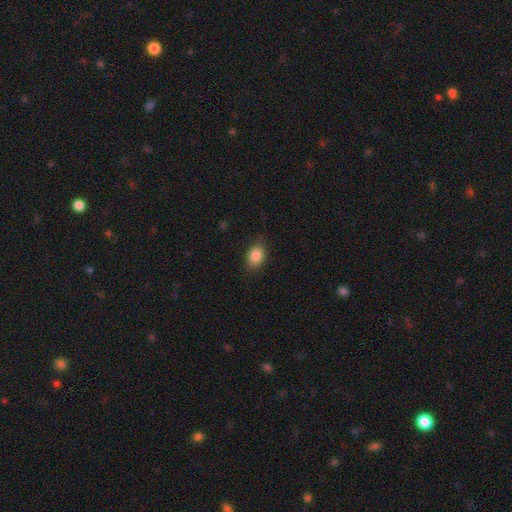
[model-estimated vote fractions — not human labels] Smooth or featured? Predicted: smooth (p=0.86). How rounded? Predicted: in between (p=0.74). Merging? Predicted: none (p=0.80).